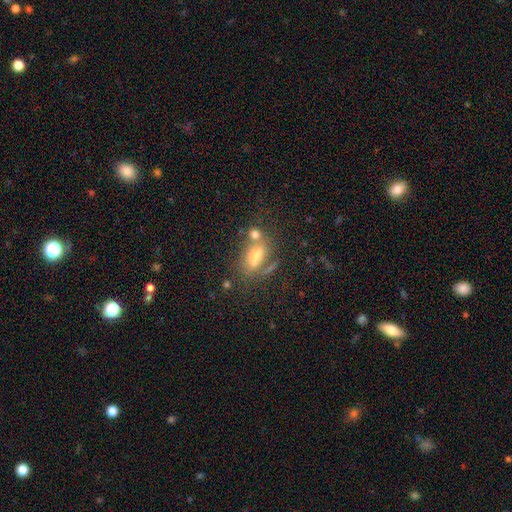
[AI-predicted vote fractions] Smooth or featured? smooth (60%)
How rounded? in between (76%)
Merging? none (43%)